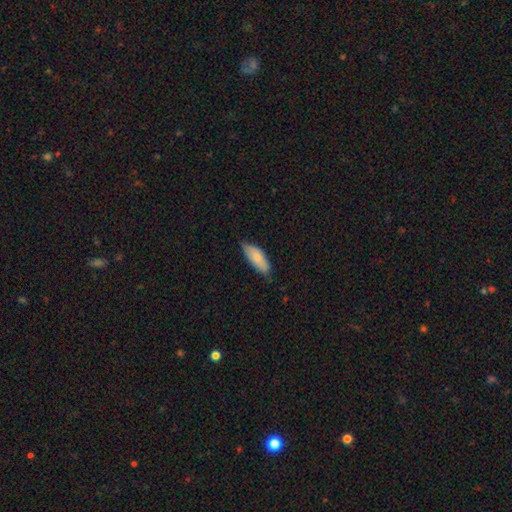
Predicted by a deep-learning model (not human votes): Q: Smooth or featured?
A: smooth (82%); runner-up: featured or disk (13%)
Q: How rounded?
A: in between (75%); runner-up: cigar-shaped (23%)
Q: Merging?
A: none (67%); runner-up: minor disturbance (29%)